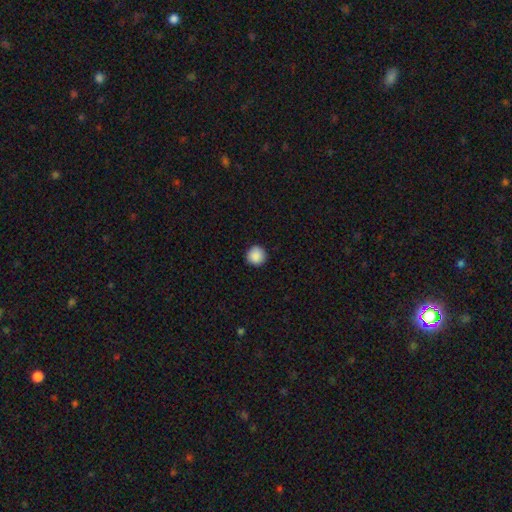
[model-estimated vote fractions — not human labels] Smooth or featured? Predicted: smooth (p=0.89). How rounded? Predicted: round (p=0.95). Merging? Predicted: none (p=0.92).